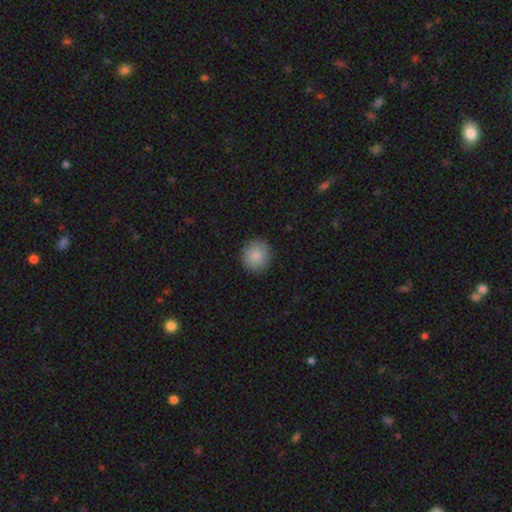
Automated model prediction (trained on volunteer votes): Smooth or featured? Predicted: smooth (p=0.87). How rounded? Predicted: round (p=0.90). Merging? Predicted: none (p=0.90).